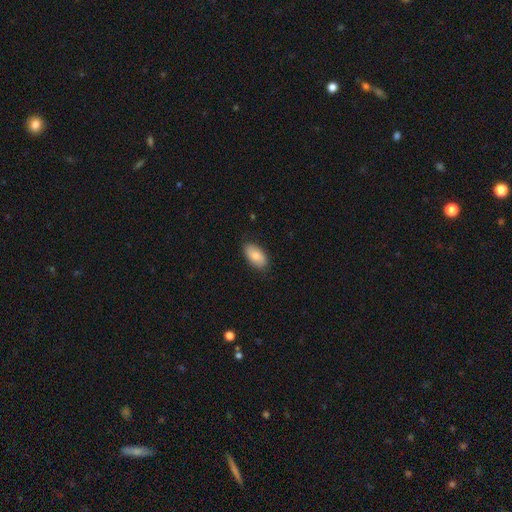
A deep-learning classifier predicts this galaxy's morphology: smooth_or_featured: smooth (p=0.76) [alt: featured or disk p=0.18]
how_rounded: in between (p=0.94) [alt: round p=0.04]
merging: none (p=0.82) [alt: minor disturbance p=0.14]